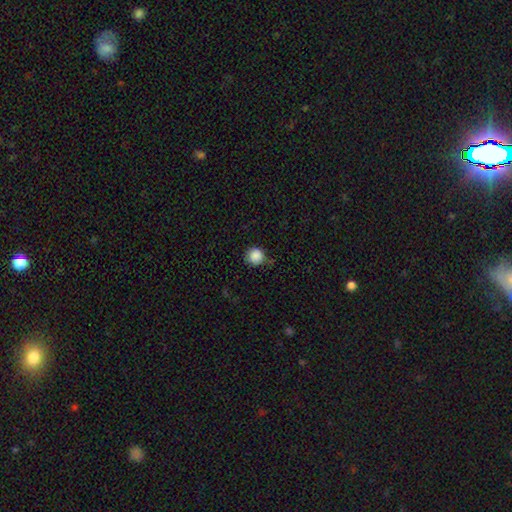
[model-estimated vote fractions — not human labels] smooth 88%, star or artifact 9%, featured or disk 3%. Down the decision tree: how rounded — round (94%); merging — none (74%).